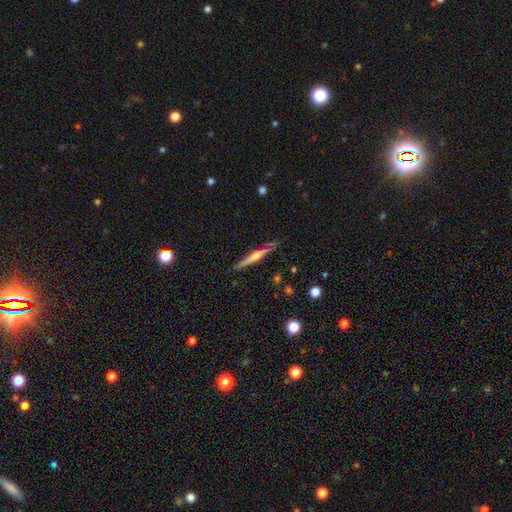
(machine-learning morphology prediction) Smooth or featured?
  - featured or disk: 74% *
  - smooth: 20%
  - star or artifact: 6%
Edge-on disk?
  - yes: 98% *
  - no: 2%
Edge-on bulge?
  - rounded: 82% *
  - none: 9%
  - boxy: 8%
Merging?
  - none: 87% *
  - minor disturbance: 9%
  - major disturbance: 2%
  - merger: 2%